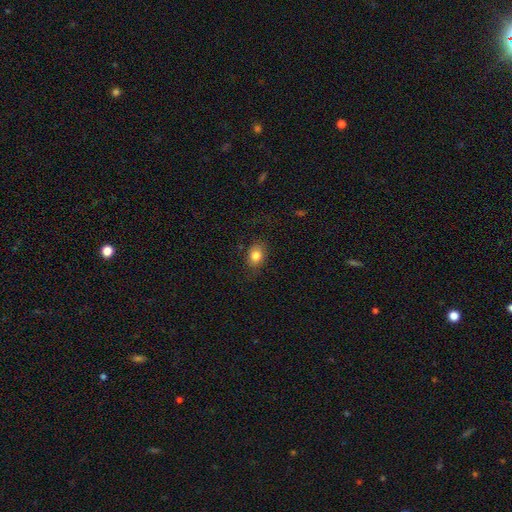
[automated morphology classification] Smooth or featured? smooth (81%)
How rounded? in between (60%)
Merging? none (78%)